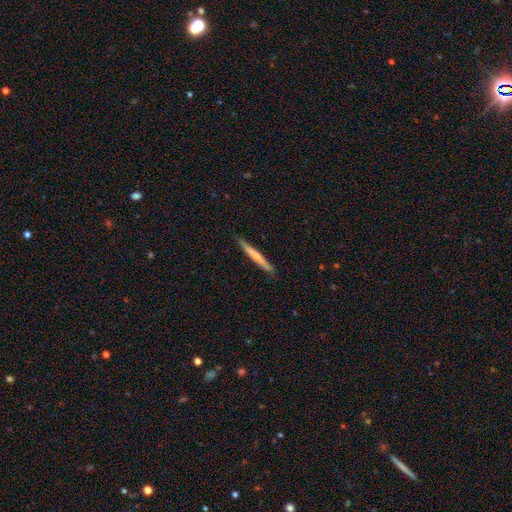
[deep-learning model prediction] A smooth galaxy with no disk features (60%) that is cigar-shaped (97%). Merging: none (90%).